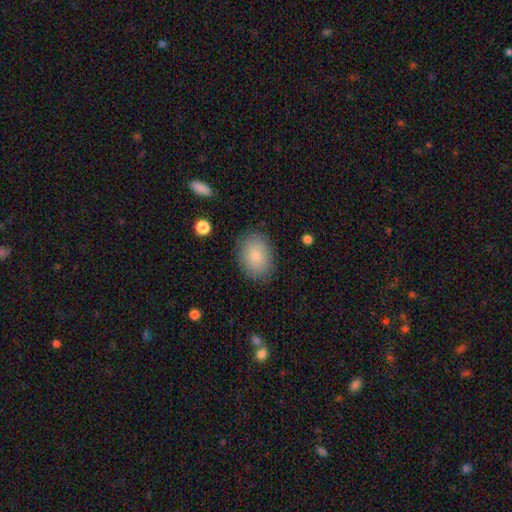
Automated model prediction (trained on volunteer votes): smooth-or-featured: smooth: 81% | featured or disk: 11% | star or artifact: 8%
  how-rounded: in between: 67% | round: 32% | cigar-shaped: 1%
  merging: none: 84% | minor disturbance: 12% | major disturbance: 3% | merger: 1%